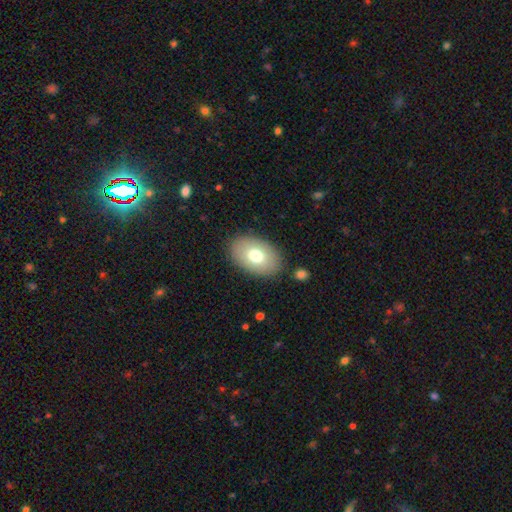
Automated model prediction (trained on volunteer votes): This is likely a smooth galaxy (73%). How rounded: clearly in between (88%). Merging: clearly none (86%).